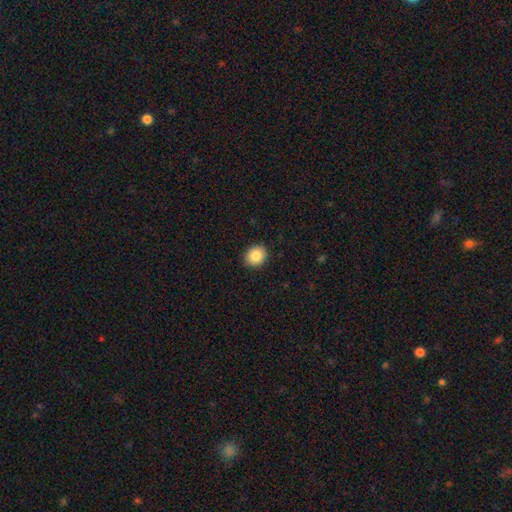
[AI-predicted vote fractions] smooth_or_featured: smooth (p=0.85) [alt: star or artifact p=0.09]
how_rounded: round (p=0.63) [alt: in between p=0.36]
merging: none (p=0.90) [alt: minor disturbance p=0.07]